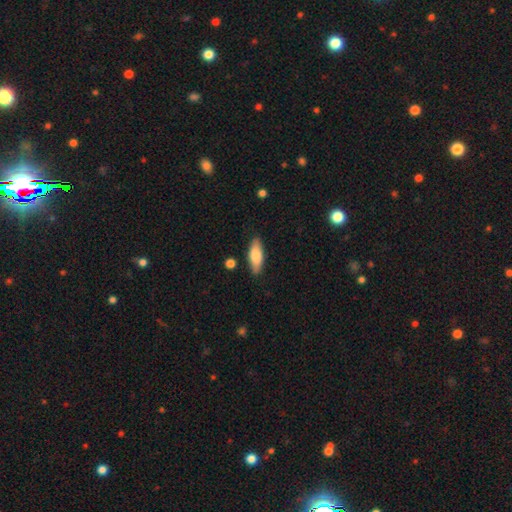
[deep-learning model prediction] This appears to be a smooth galaxy with no disk features (75%) that is in between round and cigar-shaped (65%). Merging: none (85%).